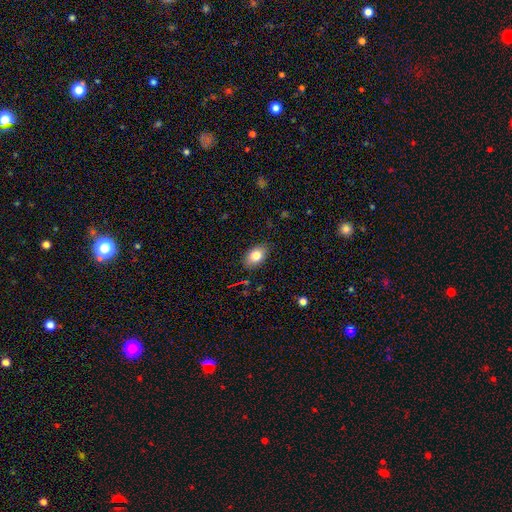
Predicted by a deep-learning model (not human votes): Overall: smooth (80%). How rounded: in between (86%). Merging: none (85%).